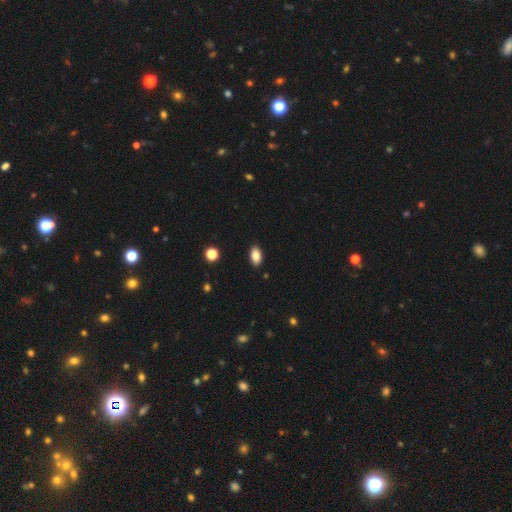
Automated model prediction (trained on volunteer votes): smooth_or_featured: smooth (p=0.84) [alt: star or artifact p=0.09]
how_rounded: in between (p=0.91) [alt: round p=0.06]
merging: none (p=0.89) [alt: minor disturbance p=0.08]